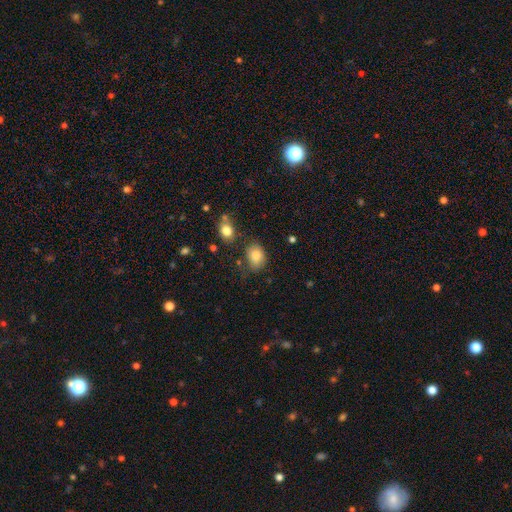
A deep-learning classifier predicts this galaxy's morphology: A smooth galaxy with no disk features (83%) that is in between round and cigar-shaped (65%). Merging: none (61%).